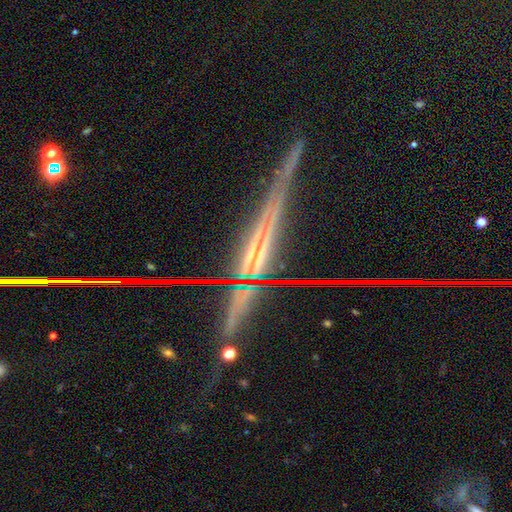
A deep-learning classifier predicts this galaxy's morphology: smooth-or-featured: featured or disk: 49% | star or artifact: 41% | smooth: 10%
  merging: none: 81% | minor disturbance: 11% | major disturbance: 4% | merger: 3%